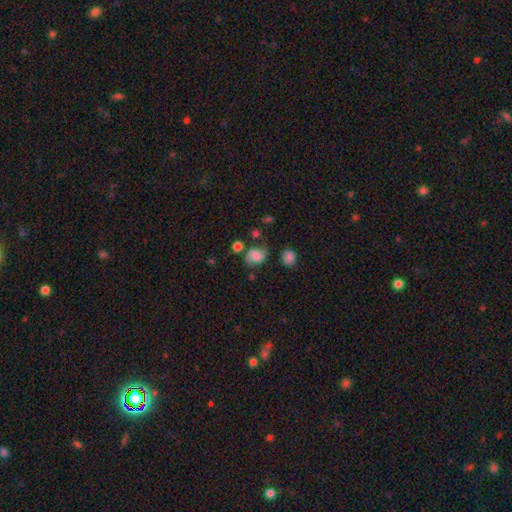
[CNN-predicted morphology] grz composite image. It shows a smooth galaxy with no disk features (46%). Merging: none (60%).